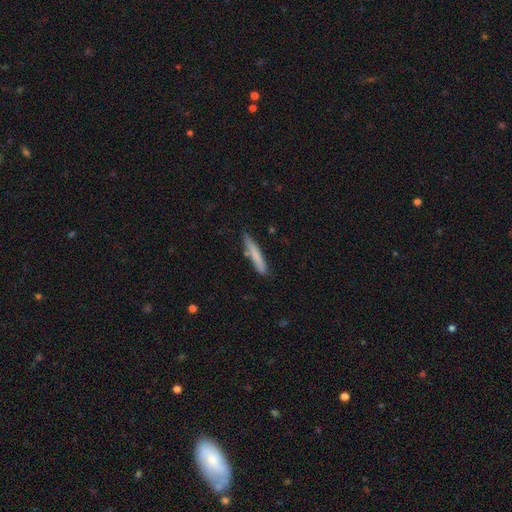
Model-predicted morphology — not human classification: Q: Smooth or featured?
A: smooth (75%); runner-up: featured or disk (19%)
Q: How rounded?
A: cigar-shaped (94%); runner-up: in between (5%)
Q: Merging?
A: none (81%); runner-up: minor disturbance (14%)